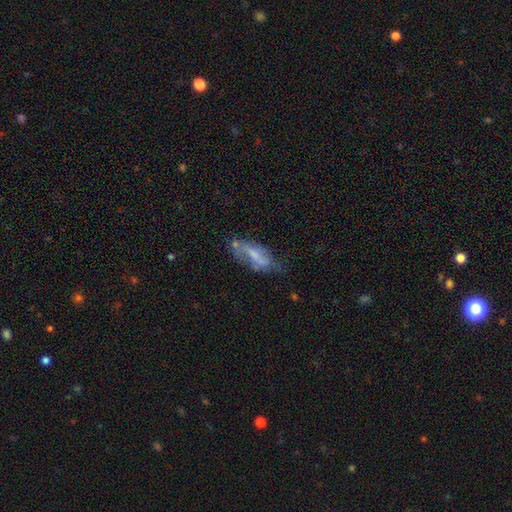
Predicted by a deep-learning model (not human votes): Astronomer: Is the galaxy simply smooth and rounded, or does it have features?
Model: featured or disk — 55% (runner-up: smooth, 37%).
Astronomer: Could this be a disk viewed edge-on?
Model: no — 87%.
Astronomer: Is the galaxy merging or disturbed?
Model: none — 46% (runner-up: minor disturbance, 29%).